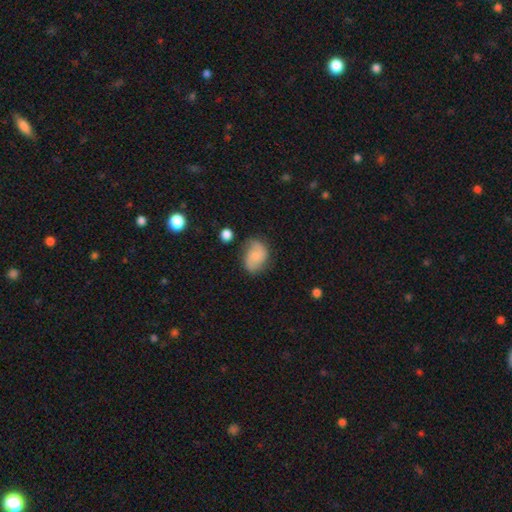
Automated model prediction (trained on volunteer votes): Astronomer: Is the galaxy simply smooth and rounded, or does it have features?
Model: smooth — 46% (runner-up: featured or disk, 45%).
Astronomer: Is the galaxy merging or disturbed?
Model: none — 64%.